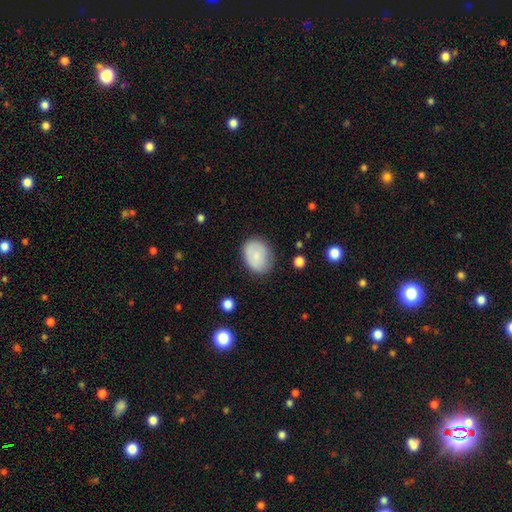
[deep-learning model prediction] Smooth or featured? Predicted: smooth (p=0.81). How rounded? Predicted: in between (p=0.65). Merging? Predicted: none (p=0.74).